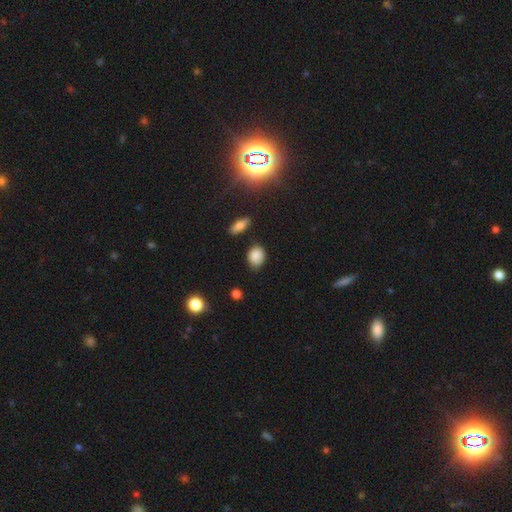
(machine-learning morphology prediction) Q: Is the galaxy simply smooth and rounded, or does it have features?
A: smooth — 85%.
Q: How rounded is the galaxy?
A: in between — 54%.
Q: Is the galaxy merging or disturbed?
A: none — 76%.